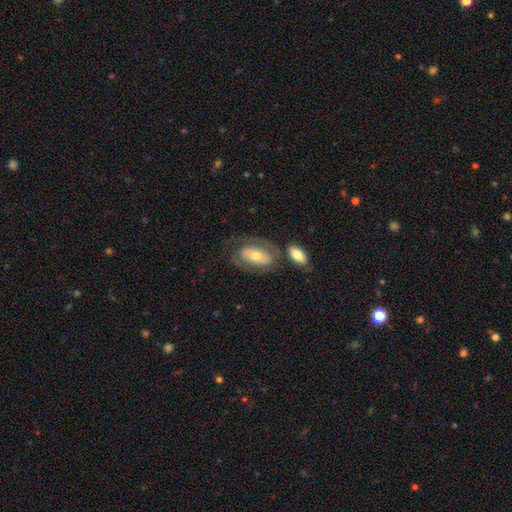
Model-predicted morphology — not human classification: Smooth or featured? featured or disk (54%)
Edge-on disk? no (90%)
Merging? none (54%)